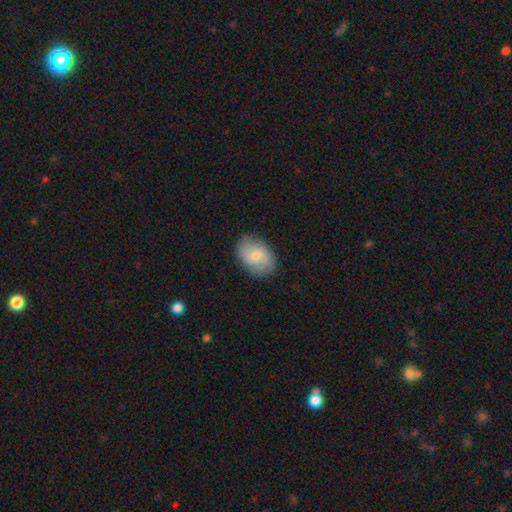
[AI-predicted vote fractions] This appears to be a smooth galaxy with no disk features (48%). Merging: none (82%).